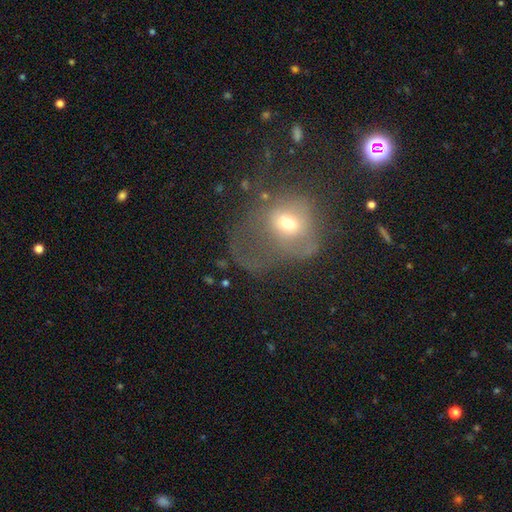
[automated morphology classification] Overall: smooth (41%; featured or disk 36%). Merging: major disturbance (38%; none 35%).